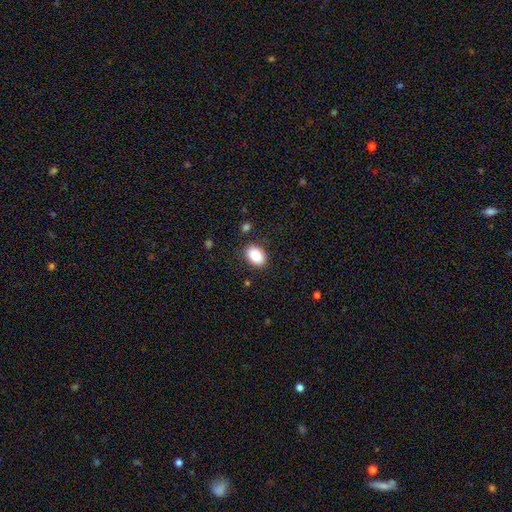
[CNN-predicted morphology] A smooth galaxy with no disk features (88%) that is in between round and cigar-shaped (85%).

Vote fractions:
- Smooth or featured? smooth: 88% / star or artifact: 7% / featured or disk: 5%
- How rounded? in between: 85% / round: 14% / cigar-shaped: 1%
- Merging? none: 86% / minor disturbance: 10% / major disturbance: 3% / merger: 2%